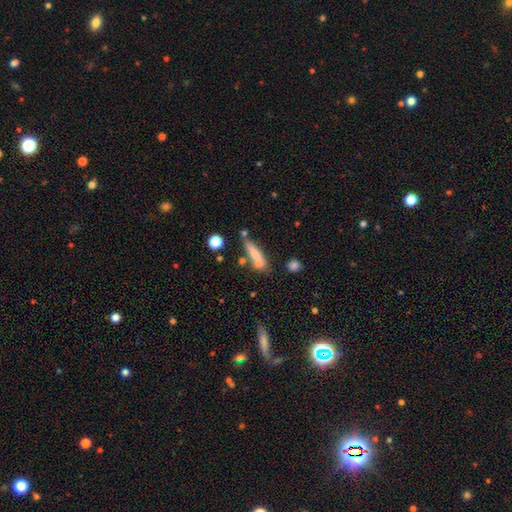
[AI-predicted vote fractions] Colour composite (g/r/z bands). It shows a smooth galaxy with no disk features (69%) that is cigar-shaped (76%). Merging: none (54%).